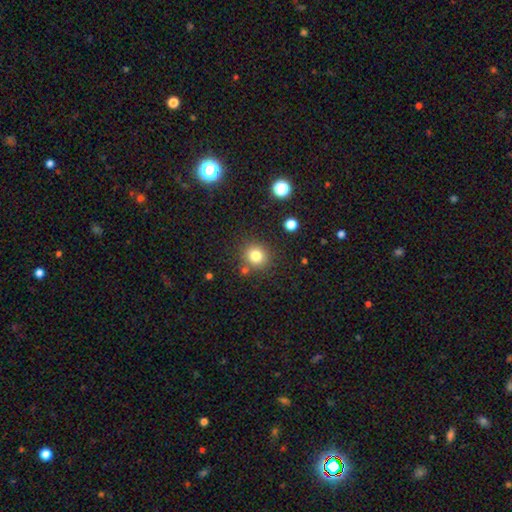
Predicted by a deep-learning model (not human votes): This is clearly a smooth galaxy (80%). How rounded: clearly round (89%). Merging: clearly none (82%).